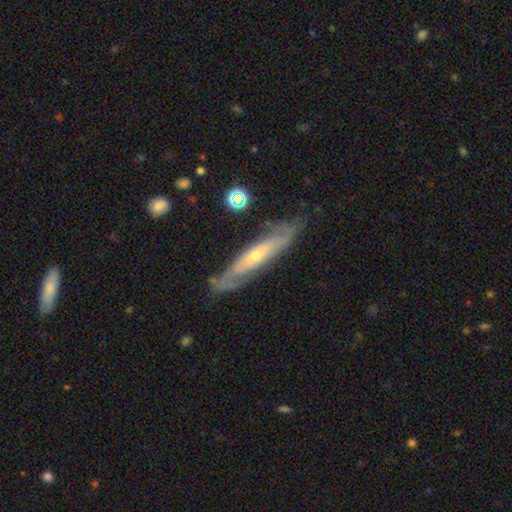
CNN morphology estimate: Smooth or featured?
  - featured or disk: 71% *
  - smooth: 23%
  - star or artifact: 6%
Edge-on disk?
  - yes: 53% *
  - no: 47%
Merging?
  - none: 77% *
  - minor disturbance: 17%
  - major disturbance: 4%
  - merger: 2%